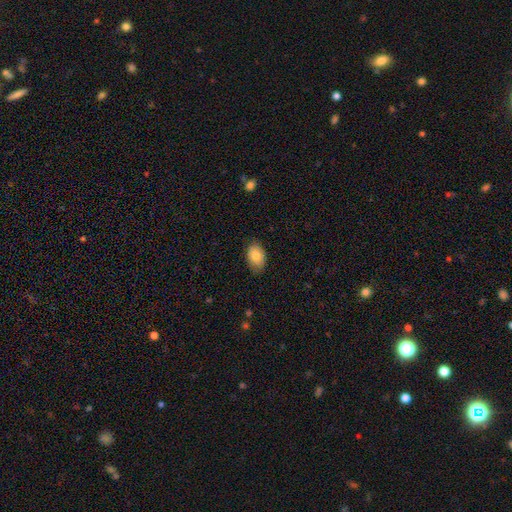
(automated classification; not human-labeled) A smooth galaxy with no disk features (82%) that is in between round and cigar-shaped (87%).

Vote fractions:
- Smooth or featured? smooth: 82% / featured or disk: 11% / star or artifact: 7%
- How rounded? in between: 87% / round: 12% / cigar-shaped: 1%
- Merging? none: 78% / minor disturbance: 18% / major disturbance: 3% / merger: 1%